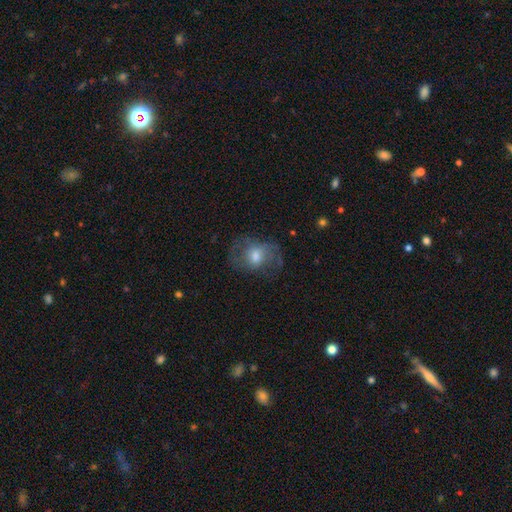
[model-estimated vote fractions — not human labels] Overall: featured or disk (50%; smooth 40%). Edge-on disk: no (96%). Merging: none (57%; minor disturbance 21%).